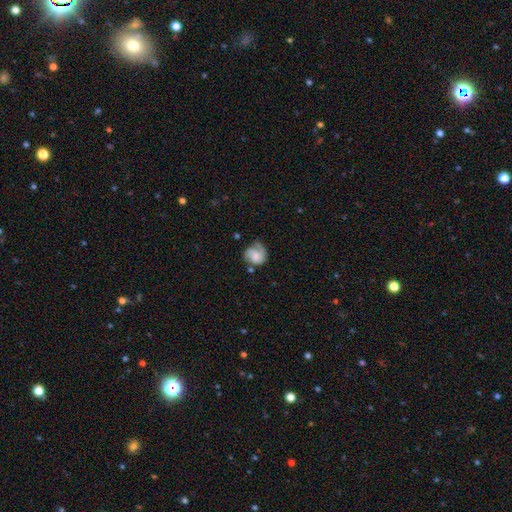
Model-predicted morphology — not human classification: This is possibly a featured or disk galaxy (53%). It is clearly not viewed edge-on (98%). Bar: likely no (71%). Spiral arm pattern: clearly yes (86%). Central bulge: marginally small (34%). Merging: possibly none (46%).